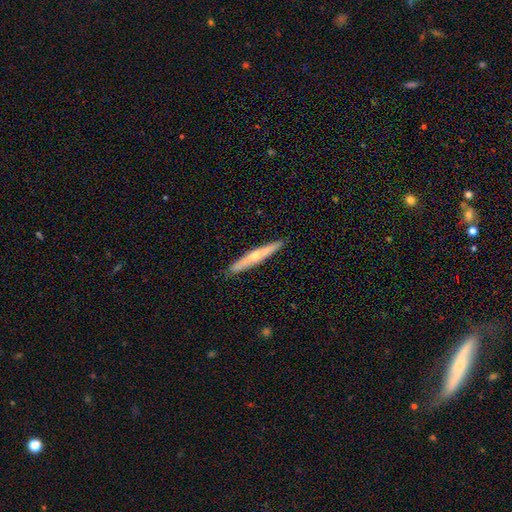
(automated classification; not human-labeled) smooth-or-featured: featured or disk: 48% | smooth: 46% | star or artifact: 6%
  merging: none: 91% | minor disturbance: 7% | major disturbance: 1% | merger: 1%